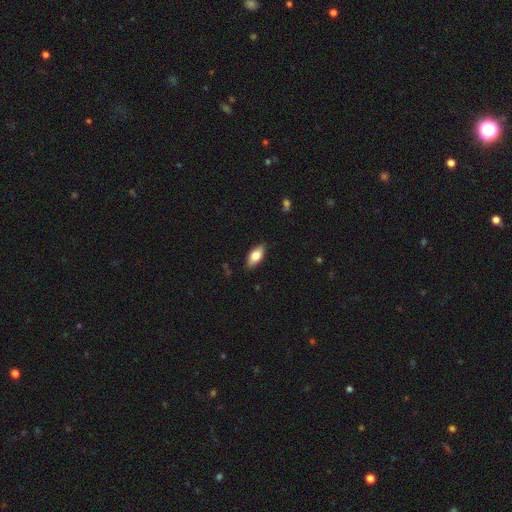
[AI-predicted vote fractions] Smooth or featured: smooth — 78% (featured or disk — 16%)
How rounded: in between — 88% (cigar-shaped — 9%)
Merging: none — 86% (minor disturbance — 11%)